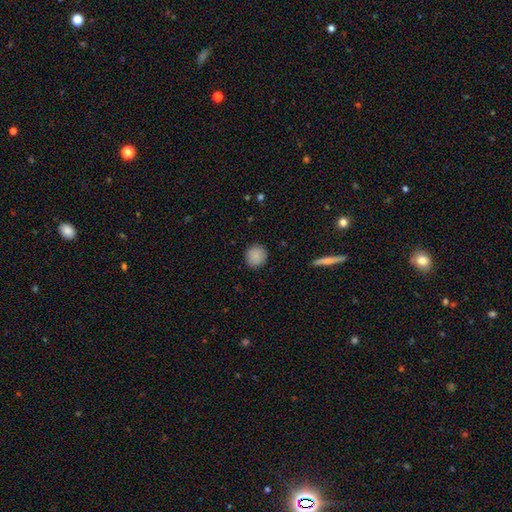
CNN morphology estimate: smooth 89%, star or artifact 7%, featured or disk 4%. Down the decision tree: how rounded — round (92%); merging — none (91%).